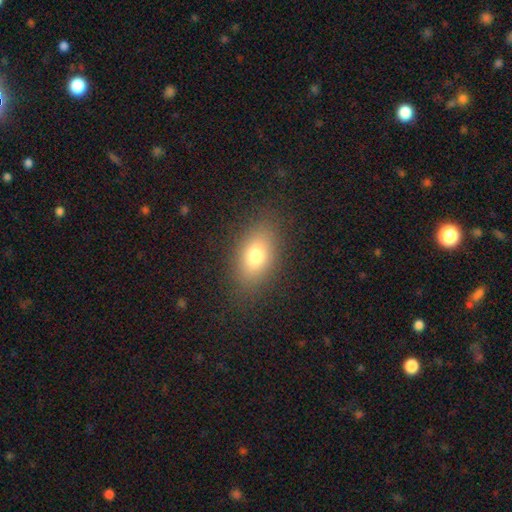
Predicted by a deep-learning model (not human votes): A smooth galaxy with no disk features (74%) that is in between round and cigar-shaped (83%). Merging: none (84%).